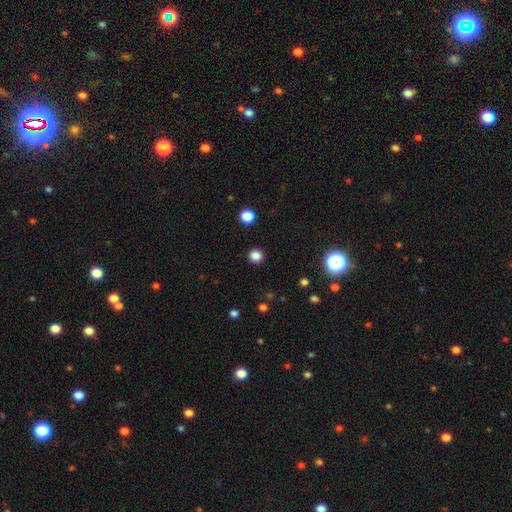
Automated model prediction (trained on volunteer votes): Morphology: type=smooth (84%); roundness=round (94%); merging=none (93%).